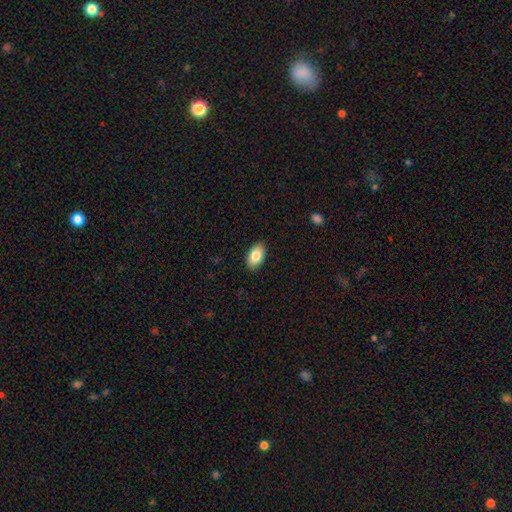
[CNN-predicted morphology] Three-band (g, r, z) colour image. It shows a smooth galaxy with no disk features (86%) that is in between round and cigar-shaped (94%). Merging: none (89%).